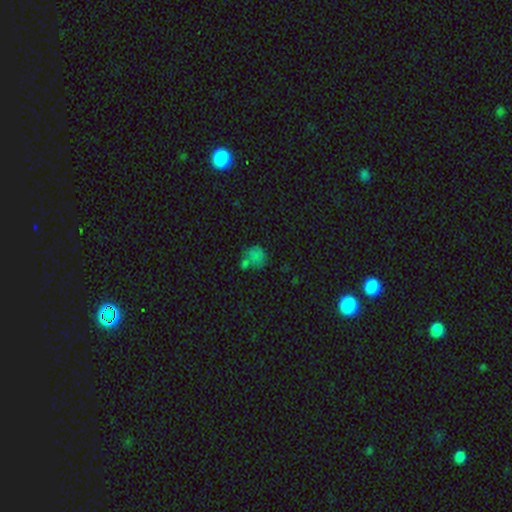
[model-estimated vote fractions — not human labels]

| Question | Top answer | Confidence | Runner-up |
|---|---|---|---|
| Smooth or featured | smooth | 67% | star or artifact (20%) |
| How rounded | round | 73% | in between (26%) |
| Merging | none | 42% | merger (32%) |